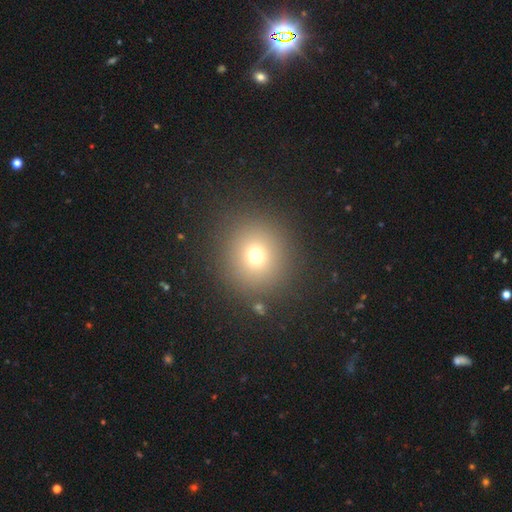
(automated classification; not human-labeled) The model was most divided on "smooth or featured": smooth: 70%, star or artifact: 19%, featured or disk: 11%. More confident: how rounded — round (92%); merging — none (88%).